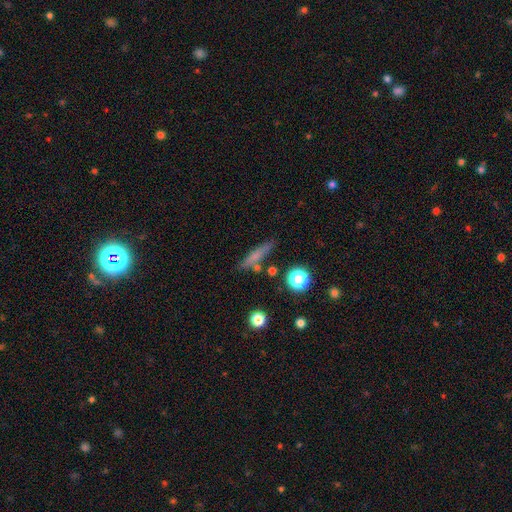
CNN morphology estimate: Smooth or featured: smooth — 64% (featured or disk — 26%)
How rounded: cigar-shaped — 83% (in between — 12%)
Merging: none — 78% (minor disturbance — 12%)